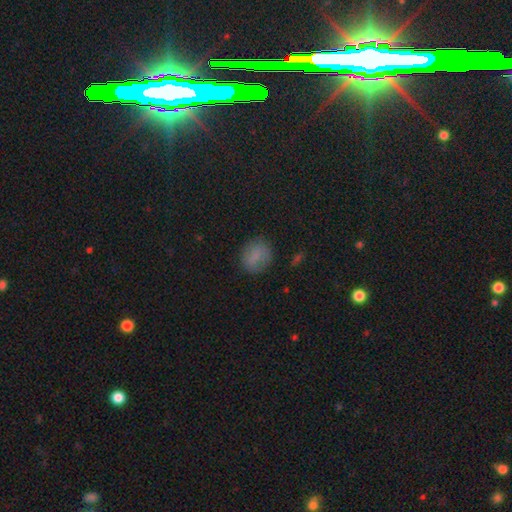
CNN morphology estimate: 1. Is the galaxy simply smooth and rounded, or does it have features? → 77% smooth, 12% star or artifact, 11% featured or disk.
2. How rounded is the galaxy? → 67% round, 32% in between, 2% cigar-shaped.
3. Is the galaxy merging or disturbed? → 81% none, 14% minor disturbance, 4% major disturbance, 1% merger.